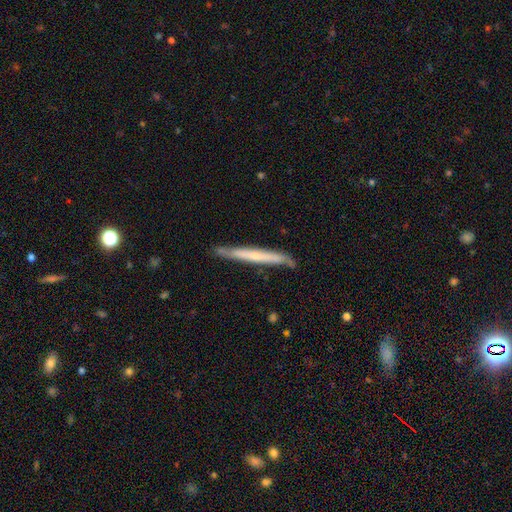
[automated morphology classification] smooth-or-featured: featured or disk: 51% | smooth: 43% | star or artifact: 6%
  disk-edge-on: yes: 93% | no: 7%
  merging: none: 81% | minor disturbance: 15% | major disturbance: 2% | merger: 2%